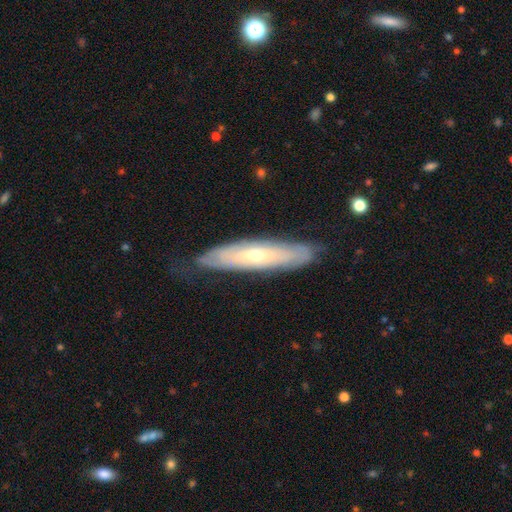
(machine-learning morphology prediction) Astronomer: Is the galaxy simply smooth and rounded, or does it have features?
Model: featured or disk — 67%.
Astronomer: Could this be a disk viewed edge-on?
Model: no — 59% (runner-up: yes, 41%).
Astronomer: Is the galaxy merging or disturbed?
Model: none — 75%.